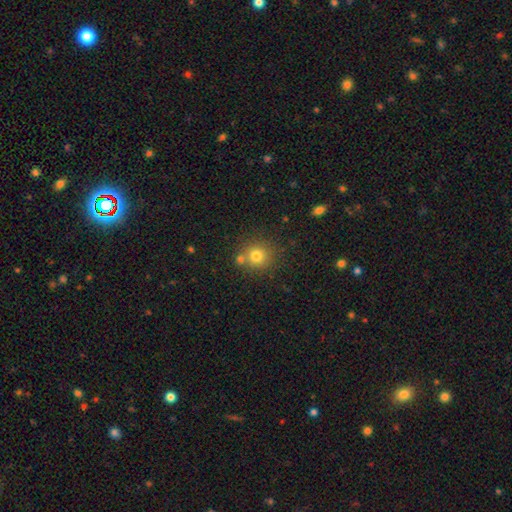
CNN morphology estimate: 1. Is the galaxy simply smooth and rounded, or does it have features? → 77% smooth, 15% star or artifact, 9% featured or disk.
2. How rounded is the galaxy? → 90% round, 9% in between, 1% cigar-shaped.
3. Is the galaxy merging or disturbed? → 73% none, 15% merger, 9% minor disturbance, 3% major disturbance.